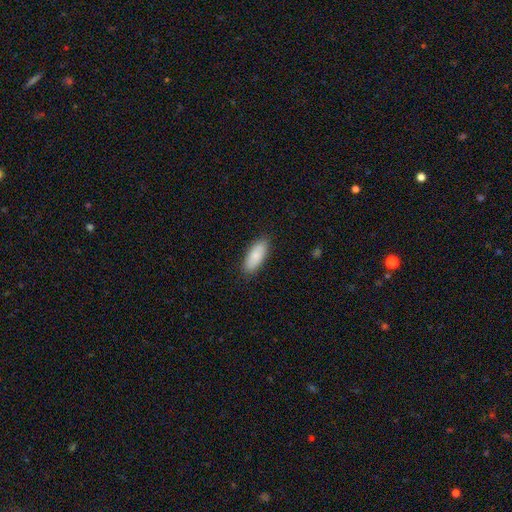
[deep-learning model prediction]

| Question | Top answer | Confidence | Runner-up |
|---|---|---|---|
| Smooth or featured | smooth | 85% | featured or disk (9%) |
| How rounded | in between | 79% | cigar-shaped (19%) |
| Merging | none | 87% | minor disturbance (10%) |